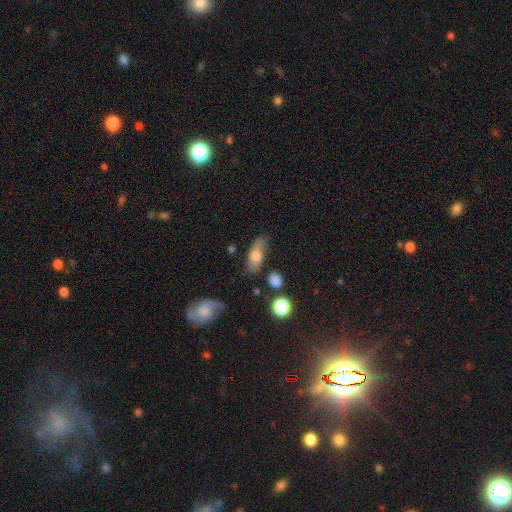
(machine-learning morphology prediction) Overall: smooth (60%; featured or disk 32%). How rounded: in between (76%). Merging: none (65%).